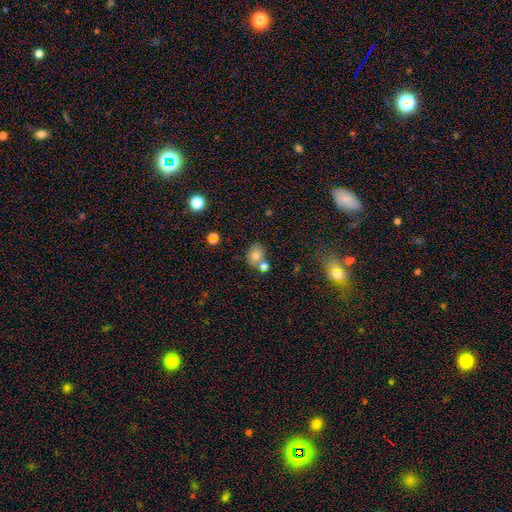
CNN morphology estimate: Smooth or featured? smooth (73%)
How rounded? in between (50%)
Merging? none (59%)